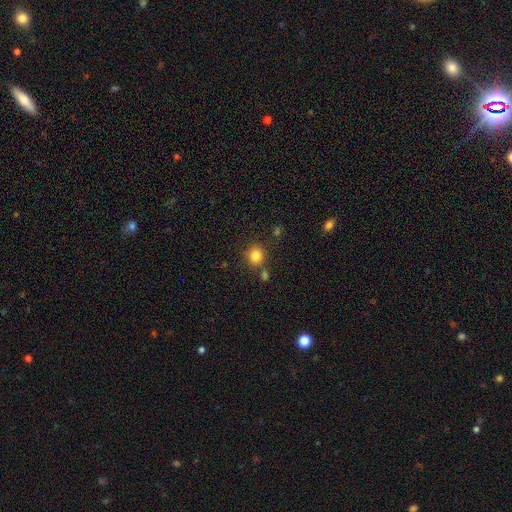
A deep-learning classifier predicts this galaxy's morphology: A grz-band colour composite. It shows a smooth galaxy with no disk features (83%) that is round (85%). Merging: none (79%).